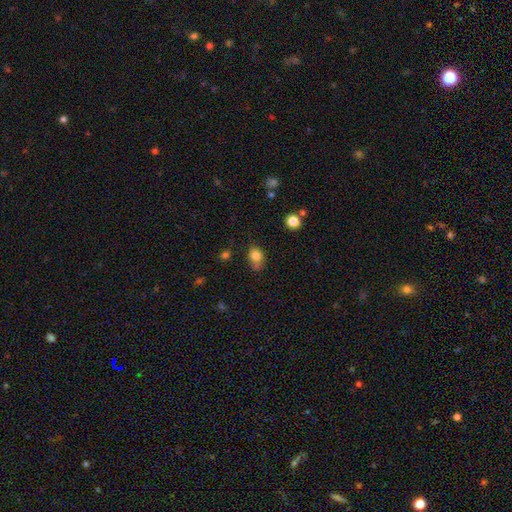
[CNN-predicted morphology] A smooth galaxy with no disk features (81%) that is in between round and cigar-shaped (52%).

Vote fractions:
- Smooth or featured? smooth: 81% / star or artifact: 11% / featured or disk: 8%
- How rounded? in between: 52% / round: 47% / cigar-shaped: 1%
- Merging? none: 54% / minor disturbance: 29% / merger: 10% / major disturbance: 8%